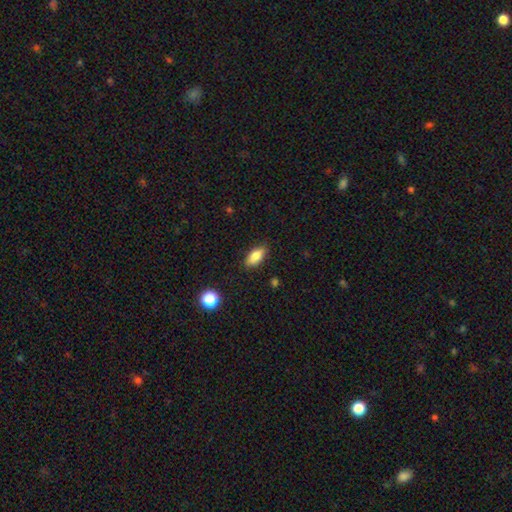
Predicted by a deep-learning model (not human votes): smooth 78%, featured or disk 13%, star or artifact 8%. Down the decision tree: how rounded — in between (81%); merging — none (85%).